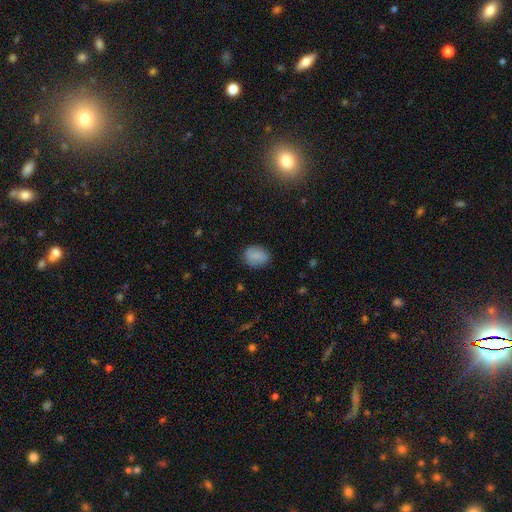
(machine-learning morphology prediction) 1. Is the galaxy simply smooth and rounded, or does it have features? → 84% smooth, 8% featured or disk, 8% star or artifact.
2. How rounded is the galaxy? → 58% in between, 41% round, 1% cigar-shaped.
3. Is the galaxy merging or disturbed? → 82% none, 13% minor disturbance, 4% major disturbance, 1% merger.